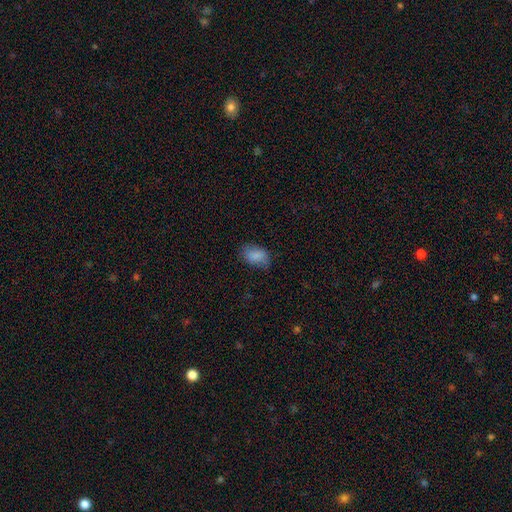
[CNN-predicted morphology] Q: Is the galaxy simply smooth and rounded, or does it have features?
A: smooth — 84%.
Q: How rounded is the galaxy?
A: in between — 87%.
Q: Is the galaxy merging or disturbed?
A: none — 69%.